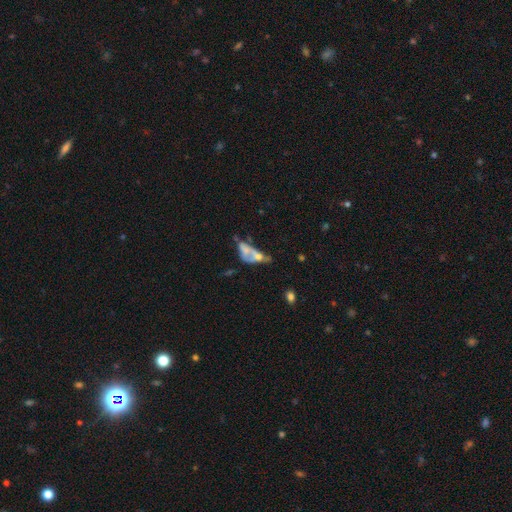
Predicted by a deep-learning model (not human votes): A featured or disk galaxy (48%).

Vote fractions:
- Smooth or featured? featured or disk: 48% / smooth: 39% / star or artifact: 13%
- Merging? merger: 50% / major disturbance: 23% / none: 16% / minor disturbance: 11%